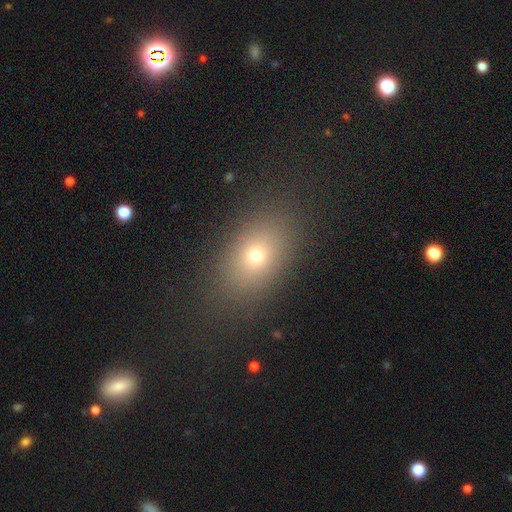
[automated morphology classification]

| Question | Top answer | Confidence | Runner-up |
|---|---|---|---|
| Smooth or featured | smooth | 69% | star or artifact (17%) |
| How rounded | in between | 75% | round (23%) |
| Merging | none | 82% | minor disturbance (10%) |